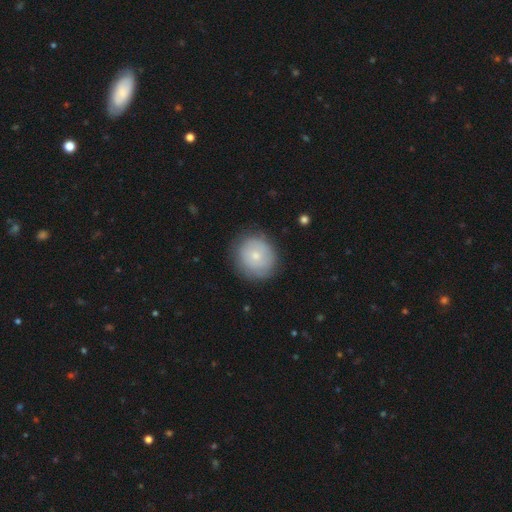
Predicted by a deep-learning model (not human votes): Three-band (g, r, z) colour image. It shows a smooth galaxy with no disk features (64%) that is round (85%). Merging: none (80%).